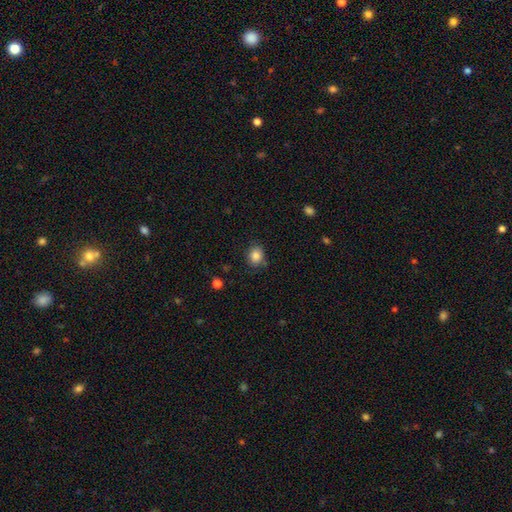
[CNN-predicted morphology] The model was most divided on "how rounded": round: 60%, in between: 39%, cigar-shaped: 1%. More confident: smooth or featured — smooth (84%); merging — none (81%).